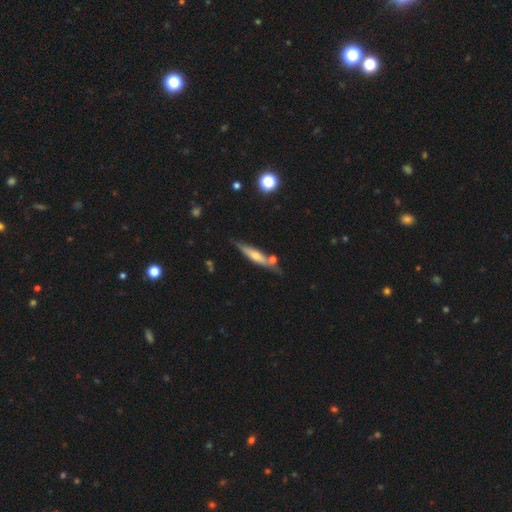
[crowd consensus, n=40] A featured or disk galaxy (55%) viewed edge-on (91%) with a rounded central bulge (60%). Merging: none (84%).